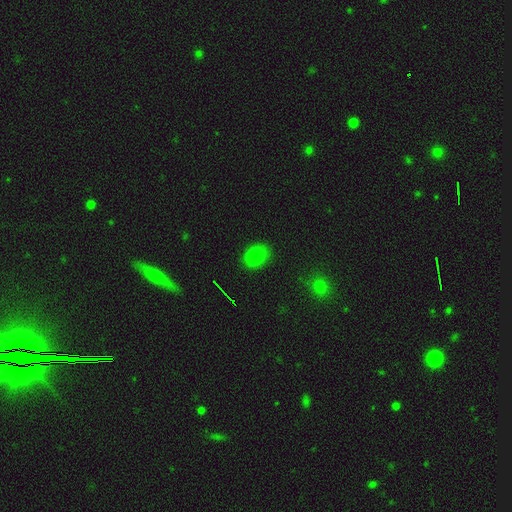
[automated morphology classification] smooth 79%, star or artifact 14%, featured or disk 7%. Down the decision tree: how rounded — in between (64%); merging — none (85%).